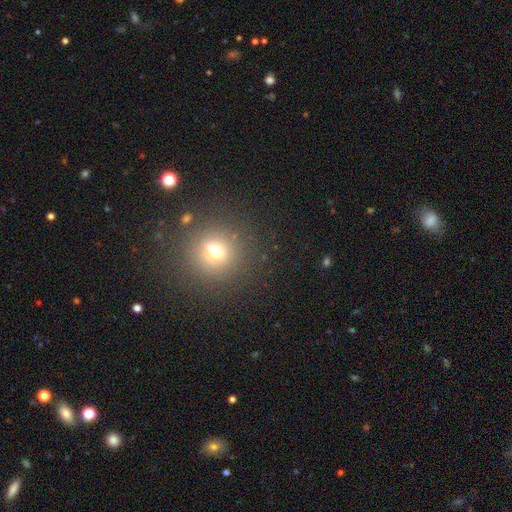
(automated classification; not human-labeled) The model was most divided on "smooth or featured": smooth: 63%, star or artifact: 29%, featured or disk: 9%. More confident: how rounded — round (94%); merging — none (89%).